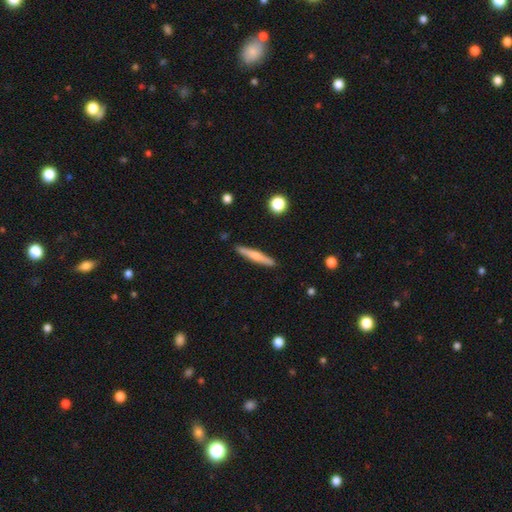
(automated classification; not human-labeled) Overall: smooth (55%; featured or disk 39%). How rounded: cigar-shaped (93%). Merging: none (89%).